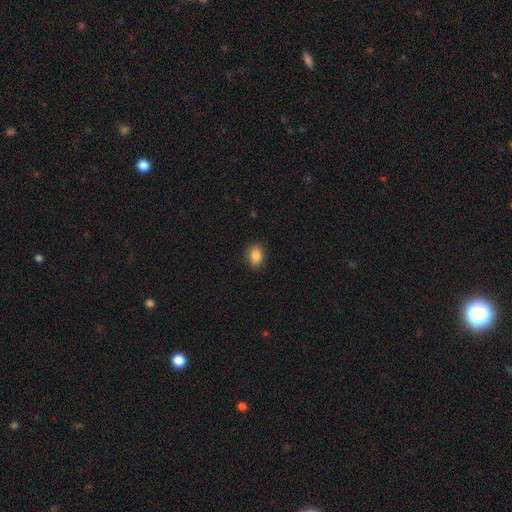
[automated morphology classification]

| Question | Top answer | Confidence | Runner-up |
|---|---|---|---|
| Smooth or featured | smooth | 86% | star or artifact (8%) |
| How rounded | in between | 78% | round (20%) |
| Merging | none | 87% | minor disturbance (10%) |